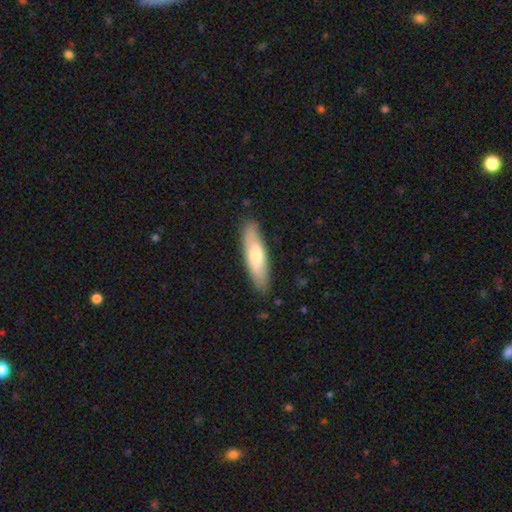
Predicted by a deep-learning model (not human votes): A smooth galaxy with no disk features (63%) that is cigar-shaped (73%). Merging: none (87%).